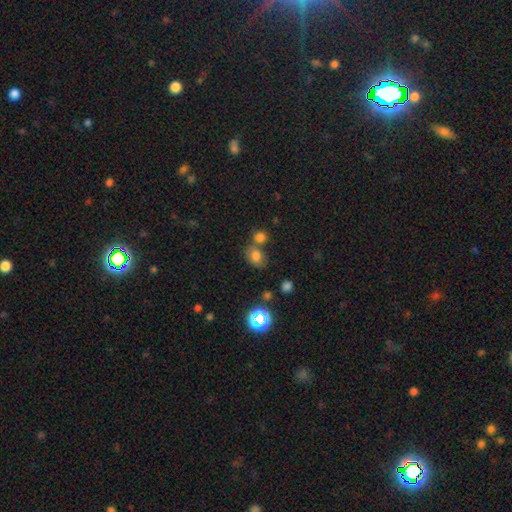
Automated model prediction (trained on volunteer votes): Smooth or featured: smooth — 72% (star or artifact — 19%)
How rounded: in between — 59% (round — 39%)
Merging: none — 53% (merger — 30%)